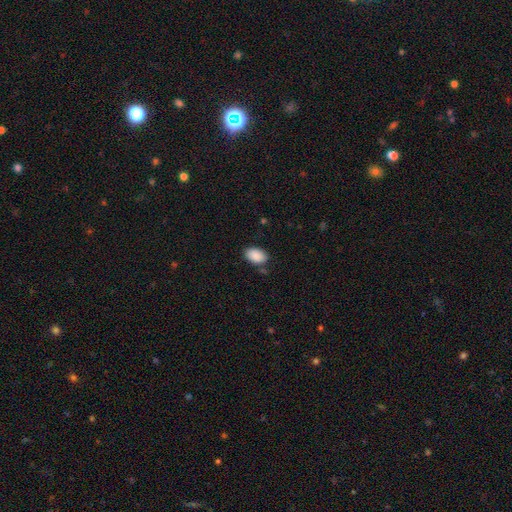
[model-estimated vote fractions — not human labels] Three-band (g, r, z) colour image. It shows a smooth galaxy with no disk features (89%) that is in between round and cigar-shaped (92%). Merging: none (79%).